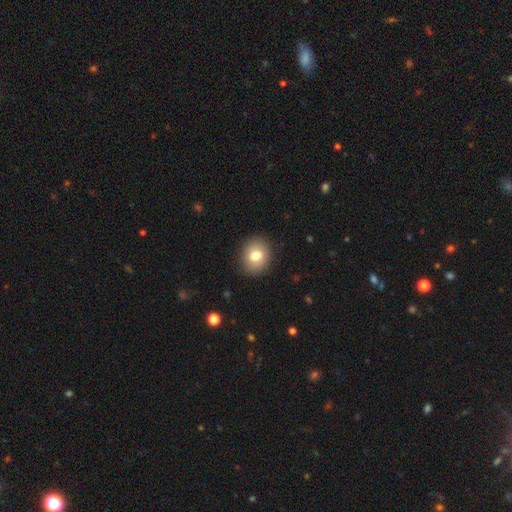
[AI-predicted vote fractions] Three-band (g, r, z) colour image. It shows a smooth galaxy with no disk features (79%) that is round (64%). Merging: none (88%).